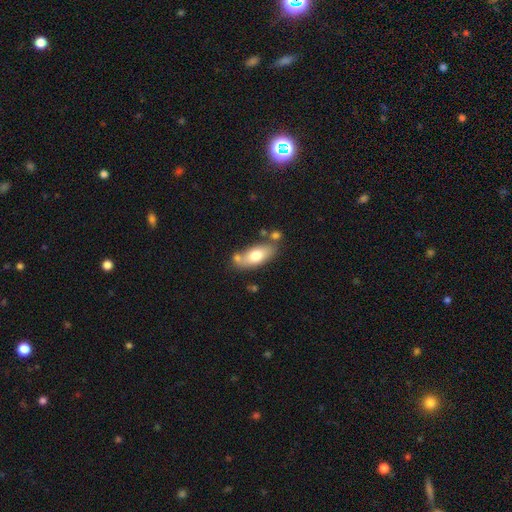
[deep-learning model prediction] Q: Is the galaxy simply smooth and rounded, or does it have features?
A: smooth — 69%.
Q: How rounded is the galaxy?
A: in between — 84%.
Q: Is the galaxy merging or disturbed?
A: none — 62%.